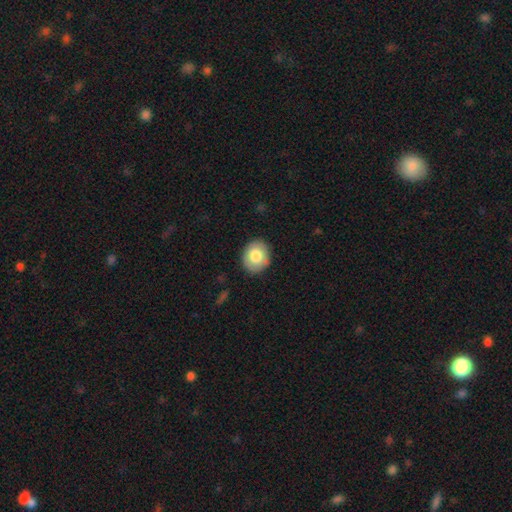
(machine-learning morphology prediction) A smooth galaxy with no disk features (78%) that is round (57%).

Vote fractions:
- Smooth or featured? smooth: 78% / featured or disk: 15% / star or artifact: 7%
- How rounded? round: 57% / in between: 42% / cigar-shaped: 1%
- Merging? none: 86% / minor disturbance: 10% / major disturbance: 2% / merger: 1%